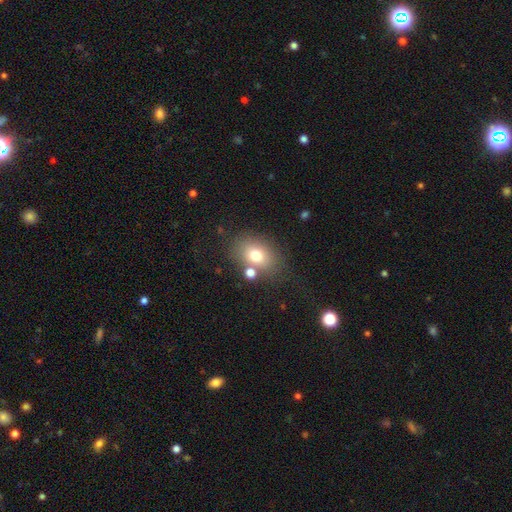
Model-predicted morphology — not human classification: Smooth or featured? Predicted: smooth (p=0.74). How rounded? Predicted: in between (p=0.70). Merging? Predicted: none (p=0.68).